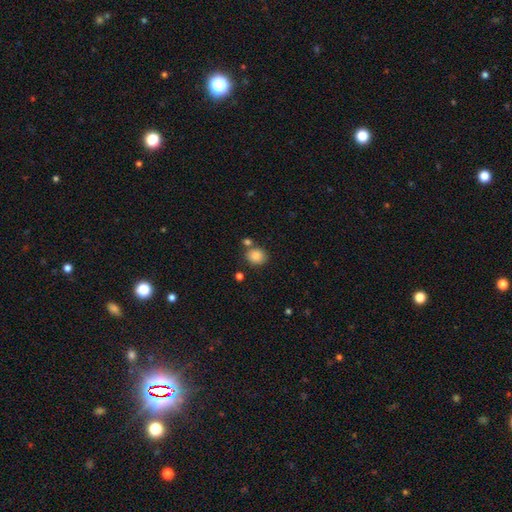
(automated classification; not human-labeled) A smooth galaxy with no disk features (86%) that is round (67%).

Vote fractions:
- Smooth or featured? smooth: 86% / star or artifact: 9% / featured or disk: 5%
- How rounded? round: 67% / in between: 32% / cigar-shaped: 1%
- Merging? none: 69% / merger: 14% / minor disturbance: 13% / major disturbance: 4%